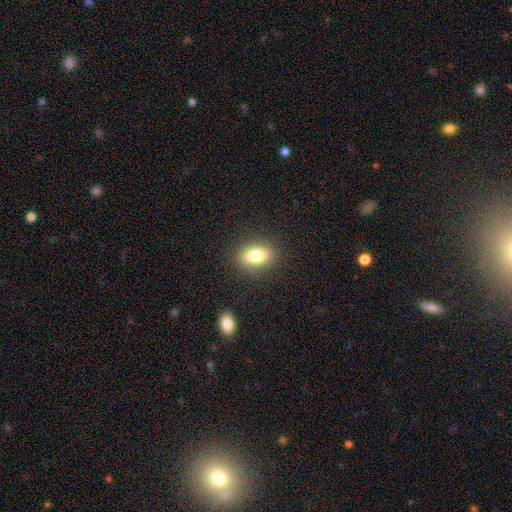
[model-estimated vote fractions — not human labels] smooth 79%, featured or disk 11%, star or artifact 9%. Down the decision tree: how rounded — in between (82%); merging — none (87%).